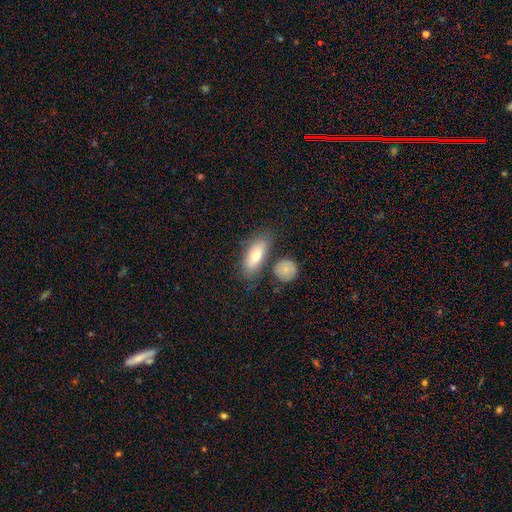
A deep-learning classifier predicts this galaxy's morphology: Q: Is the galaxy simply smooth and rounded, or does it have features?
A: smooth — 72%.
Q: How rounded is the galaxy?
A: in between — 76%.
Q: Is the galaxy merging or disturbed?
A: none — 68%.